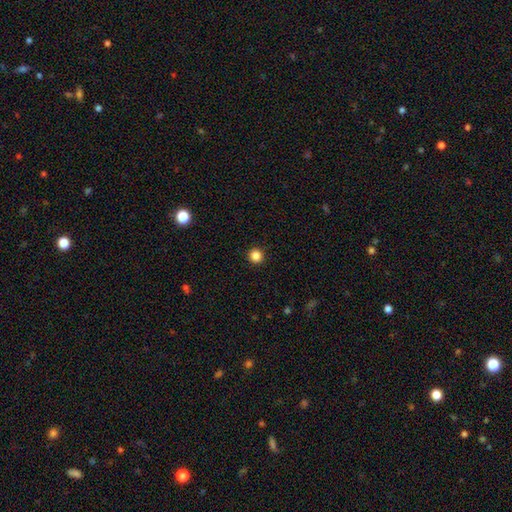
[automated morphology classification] Smooth or featured? Predicted: smooth (p=0.85). How rounded? Predicted: round (p=0.94). Merging? Predicted: none (p=0.93).